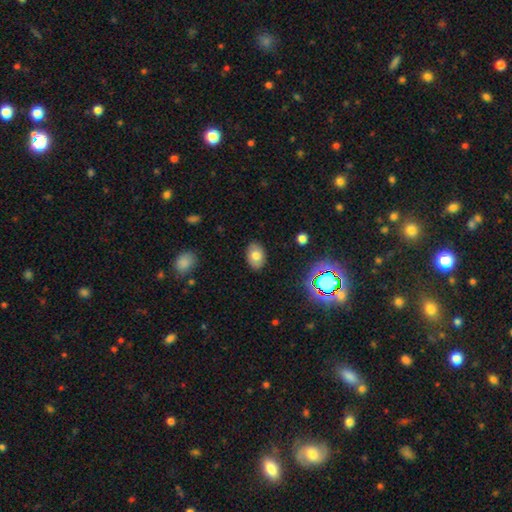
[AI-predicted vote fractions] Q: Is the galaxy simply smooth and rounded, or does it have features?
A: smooth — 77%.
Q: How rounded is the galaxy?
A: in between — 83%.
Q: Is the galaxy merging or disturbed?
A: none — 87%.